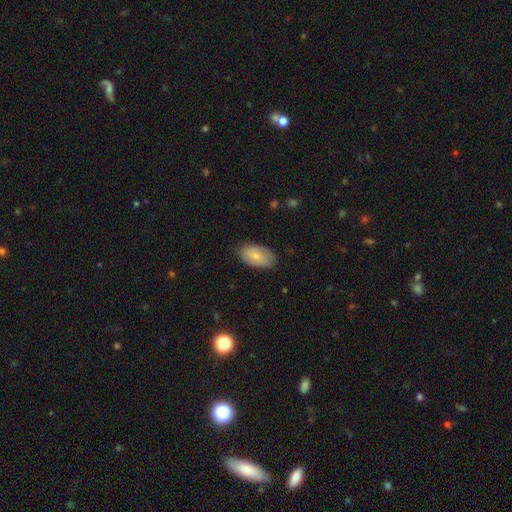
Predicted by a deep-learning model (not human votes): The model was most divided on "smooth or featured": smooth: 78%, featured or disk: 16%, star or artifact: 6%. More confident: how rounded — in between (95%); merging — none (81%).